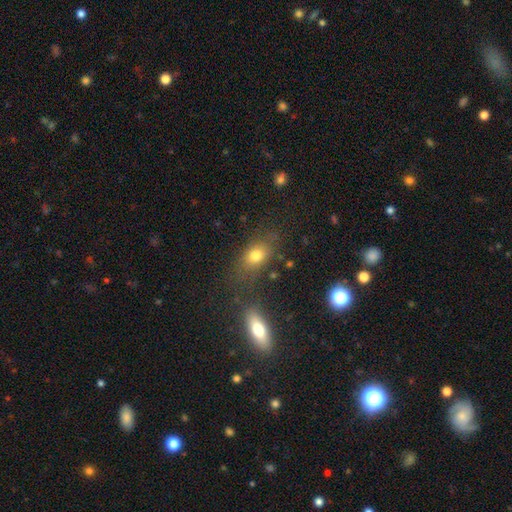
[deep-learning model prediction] The model was most divided on "how rounded": in between: 74%, round: 21%, cigar-shaped: 5%. More confident: smooth or featured — smooth (75%); merging — none (70%).